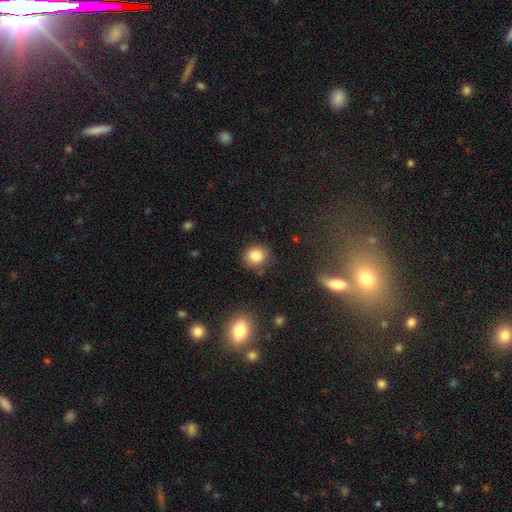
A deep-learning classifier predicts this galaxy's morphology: smooth-or-featured: smooth: 83% | star or artifact: 11% | featured or disk: 6%
  how-rounded: round: 74% | in between: 25% | cigar-shaped: 1%
  merging: none: 81% | minor disturbance: 13% | major disturbance: 3% | merger: 3%